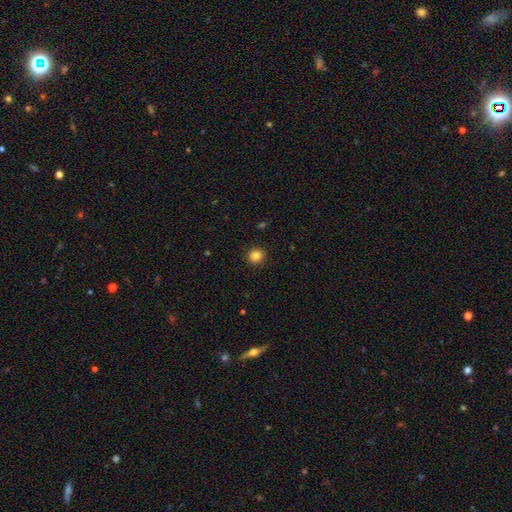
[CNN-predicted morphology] Smooth or featured?
  - smooth: 84% *
  - star or artifact: 11%
  - featured or disk: 5%
How rounded?
  - round: 87% *
  - in between: 12%
  - cigar-shaped: 1%
Merging?
  - none: 92% *
  - minor disturbance: 5%
  - major disturbance: 2%
  - merger: 1%